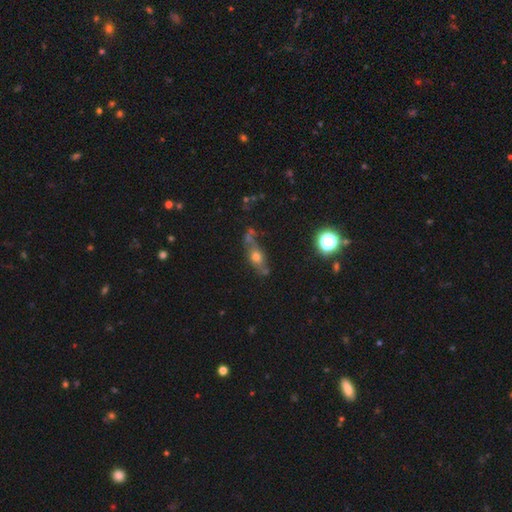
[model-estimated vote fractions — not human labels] A smooth galaxy with no disk features (50%) that is in between round and cigar-shaped (52%). Merging: none (50%).